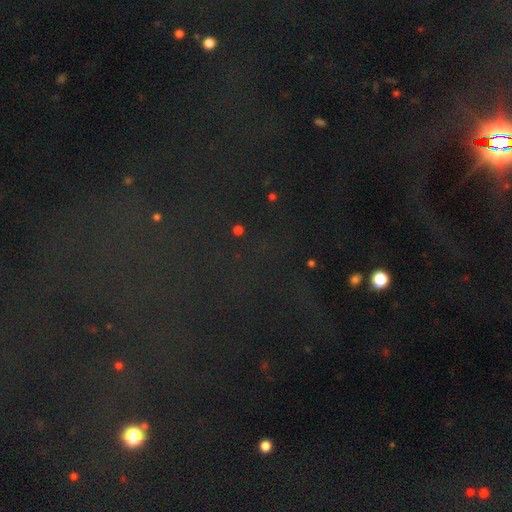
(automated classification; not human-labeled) star or artifact 78%, smooth 13%, featured or disk 9%.